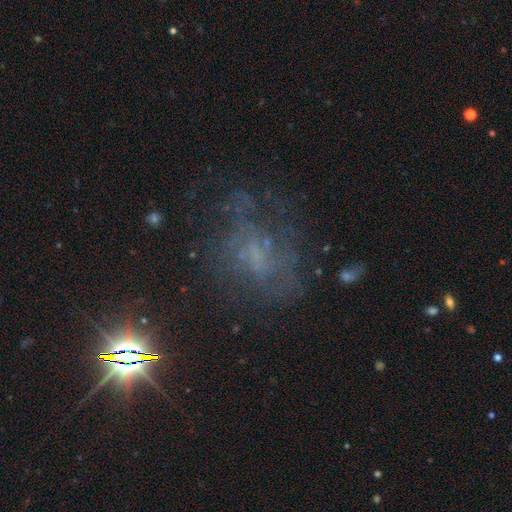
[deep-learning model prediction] Q: Smooth or featured?
A: featured or disk (47%); runner-up: star or artifact (33%)
Q: Merging?
A: none (53%); runner-up: major disturbance (26%)